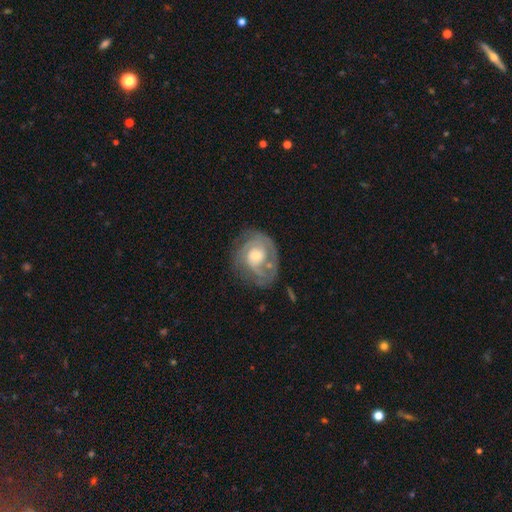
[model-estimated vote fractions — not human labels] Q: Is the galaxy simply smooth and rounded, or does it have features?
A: featured or disk — 78%.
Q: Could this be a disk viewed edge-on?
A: no — 97%.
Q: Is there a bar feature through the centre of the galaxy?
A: no — 71%.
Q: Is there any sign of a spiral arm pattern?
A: yes — 87%.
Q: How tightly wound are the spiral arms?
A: tight — 60%.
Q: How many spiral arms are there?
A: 2 — 37%.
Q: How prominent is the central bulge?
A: moderate — 52%.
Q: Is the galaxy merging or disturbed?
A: none — 64%.